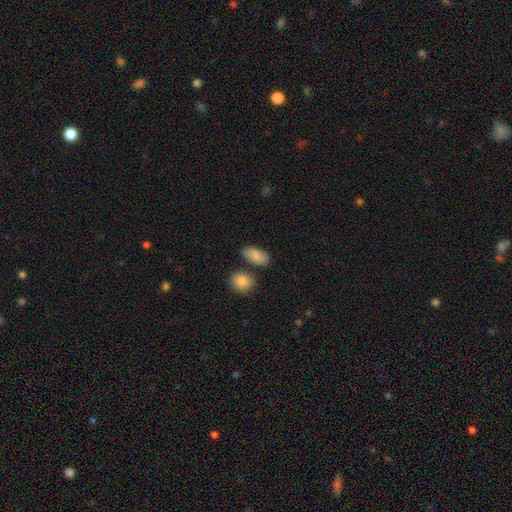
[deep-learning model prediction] The model was most divided on "merging": none: 75%, minor disturbance: 12%, merger: 10%, major disturbance: 3%. More confident: how rounded — in between (93%); smooth or featured — smooth (88%).